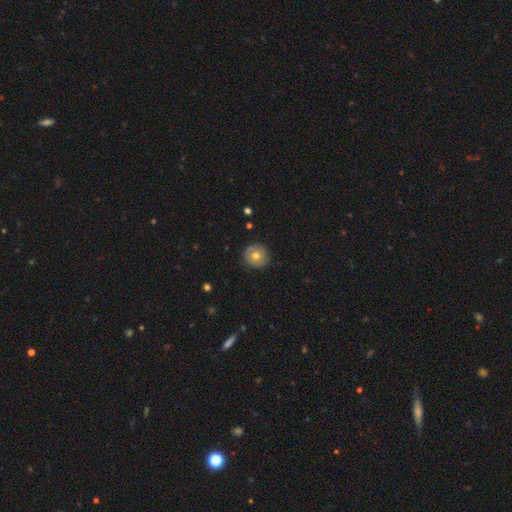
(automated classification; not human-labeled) smooth 69%, featured or disk 23%, star or artifact 8%. Down the decision tree: how rounded — round (94%); merging — none (88%).